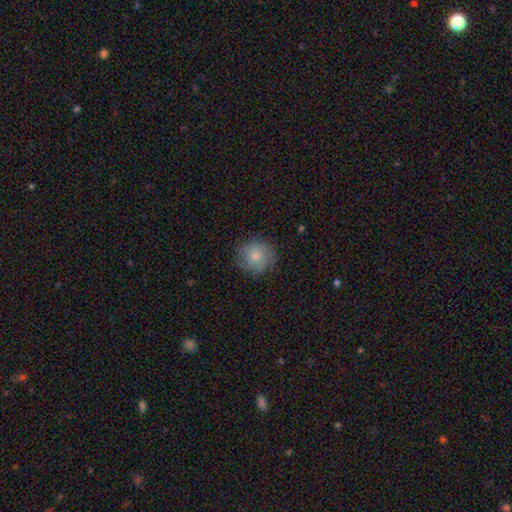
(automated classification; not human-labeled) smooth_or_featured: smooth (p=0.71) [alt: featured or disk p=0.21]
how_rounded: round (p=0.85) [alt: in between p=0.14]
merging: none (p=0.74) [alt: minor disturbance p=0.19]